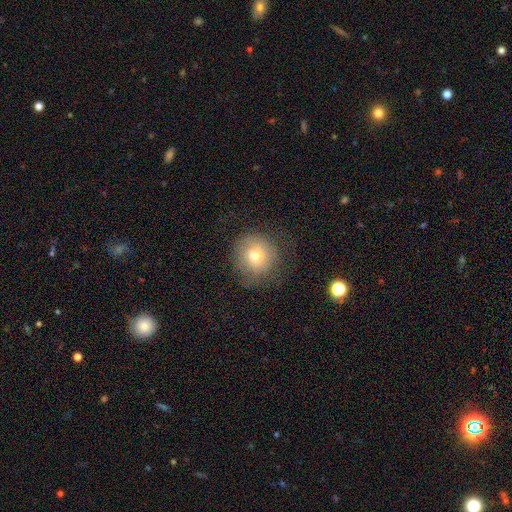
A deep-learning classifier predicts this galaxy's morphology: Q: Smooth or featured?
A: smooth (72%); runner-up: featured or disk (16%)
Q: How rounded?
A: round (91%); runner-up: in between (8%)
Q: Merging?
A: none (71%); runner-up: minor disturbance (18%)